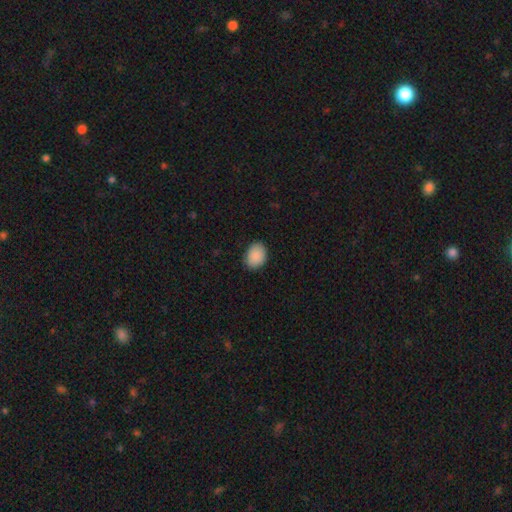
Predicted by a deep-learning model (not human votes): Smooth or featured: smooth — 90% (star or artifact — 7%)
How rounded: in between — 69% (round — 30%)
Merging: none — 86% (minor disturbance — 11%)